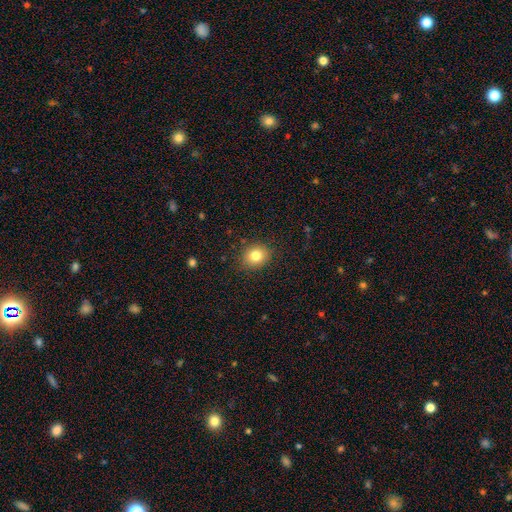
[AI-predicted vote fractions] smooth_or_featured: smooth (p=0.81) [alt: star or artifact p=0.11]
how_rounded: round (p=0.72) [alt: in between p=0.27]
merging: none (p=0.87) [alt: minor disturbance p=0.09]